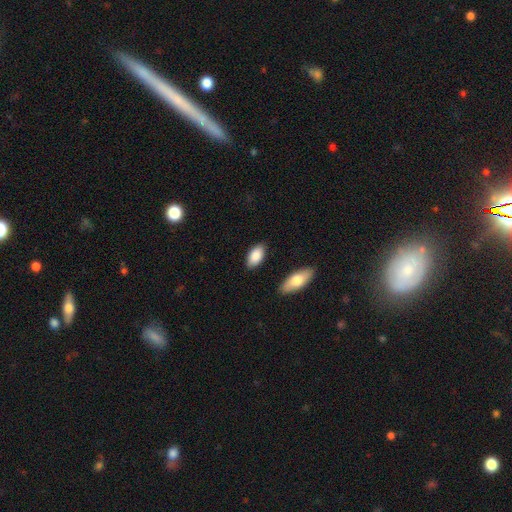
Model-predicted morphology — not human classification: type=smooth (87%); roundness=in between (94%); merging=none (84%).